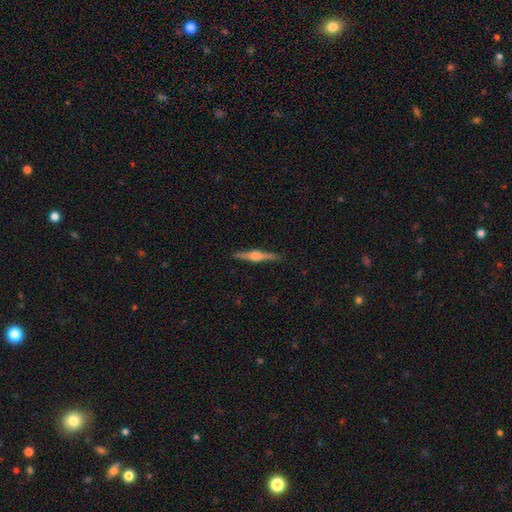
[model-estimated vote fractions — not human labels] A featured or disk galaxy (79%) viewed edge-on (98%) with a rounded central bulge (90%). Merging: none (91%).